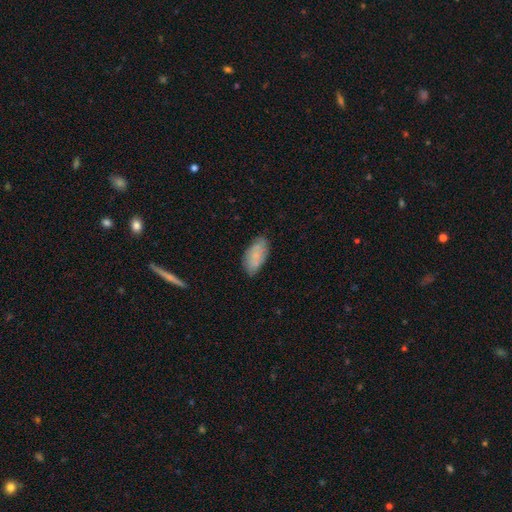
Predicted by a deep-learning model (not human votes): This is likely a smooth galaxy (77%). How rounded: clearly in between (93%). Merging: likely none (76%).